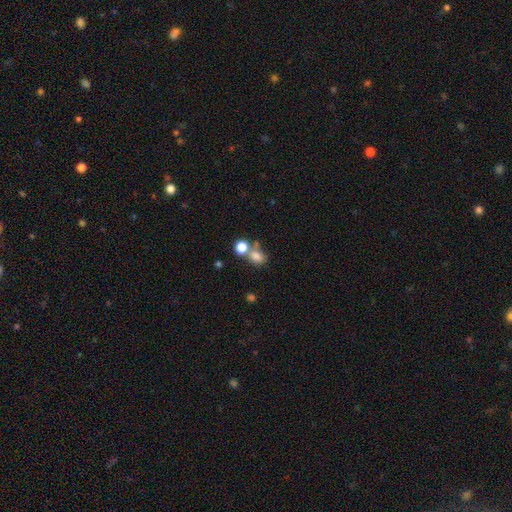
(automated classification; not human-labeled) Smooth or featured? smooth (78%)
How rounded? round (53%)
Merging? none (45%)